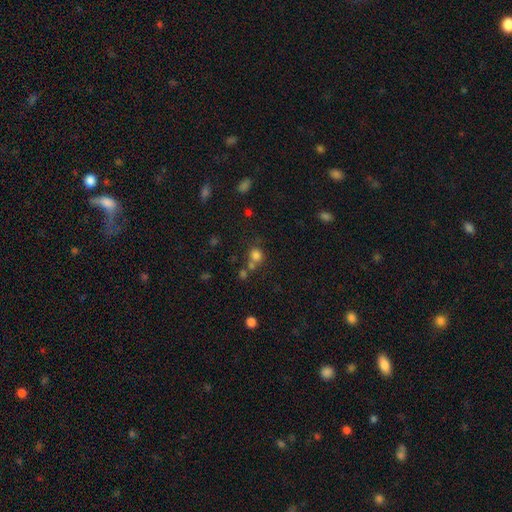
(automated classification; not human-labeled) smooth 76%, star or artifact 16%, featured or disk 8%. Down the decision tree: how rounded — round (85%); merging — none (56%).